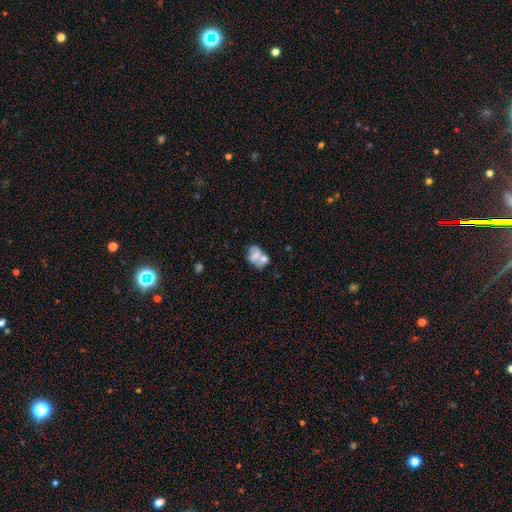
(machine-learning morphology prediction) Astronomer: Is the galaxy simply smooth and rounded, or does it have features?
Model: smooth — 54% (runner-up: featured or disk, 36%).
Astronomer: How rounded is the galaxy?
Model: in between — 70%.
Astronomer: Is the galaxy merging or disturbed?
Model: merger — 47% (runner-up: none, 28%).